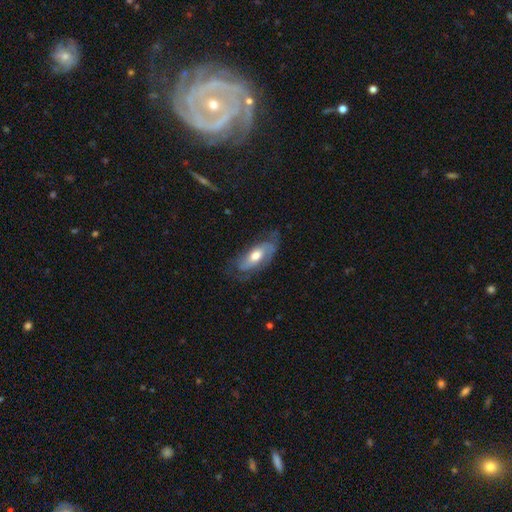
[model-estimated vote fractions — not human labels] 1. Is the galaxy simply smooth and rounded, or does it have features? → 54% featured or disk, 40% smooth, 6% star or artifact.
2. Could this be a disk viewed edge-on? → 80% no, 20% yes.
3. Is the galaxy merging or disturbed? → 60% none, 26% minor disturbance, 13% major disturbance, 1% merger.